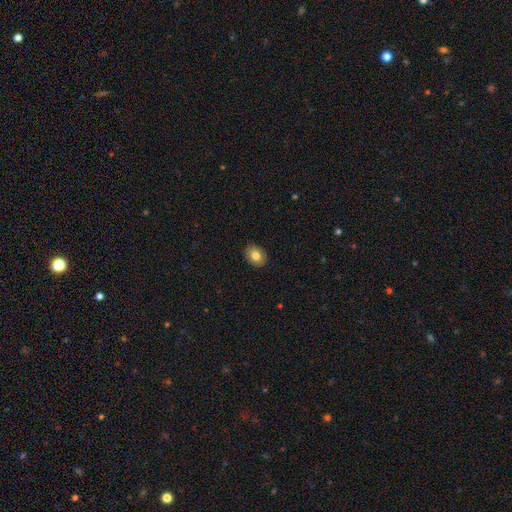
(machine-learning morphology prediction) smooth 80%, featured or disk 12%, star or artifact 8%. Down the decision tree: how rounded — in between (61%); merging — none (90%).